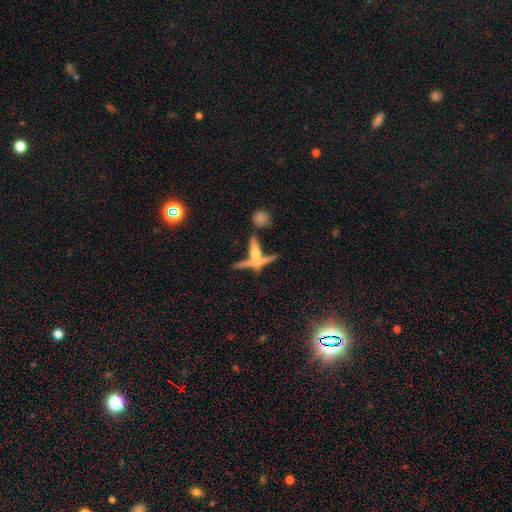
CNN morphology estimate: smooth-or-featured: featured or disk: 57% | smooth: 33% | star or artifact: 10%
  disk-edge-on: yes: 85% | no: 15%
  merging: none: 48% | merger: 35% | minor disturbance: 11% | major disturbance: 7%